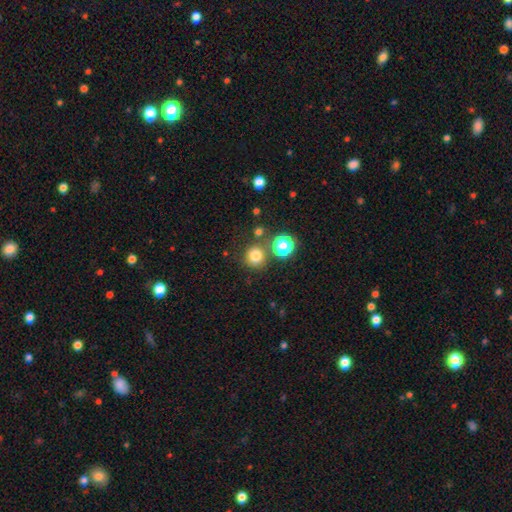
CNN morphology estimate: smooth-or-featured: smooth: 78% | star or artifact: 16% | featured or disk: 6%
  how-rounded: round: 92% | in between: 7% | cigar-shaped: 1%
  merging: none: 76% | merger: 11% | minor disturbance: 9% | major disturbance: 4%